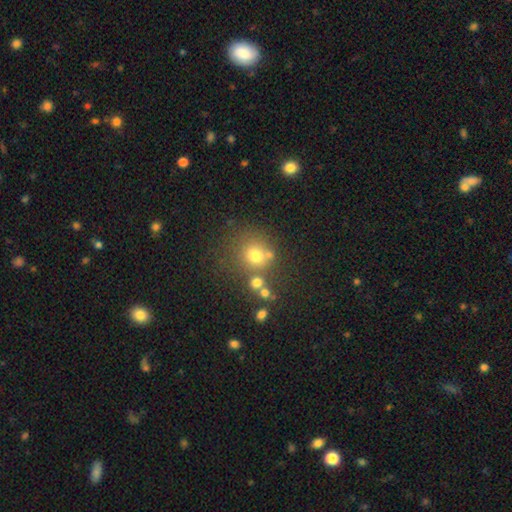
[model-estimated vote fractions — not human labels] A smooth galaxy with no disk features (69%) that is round (84%). Merging: none (61%).